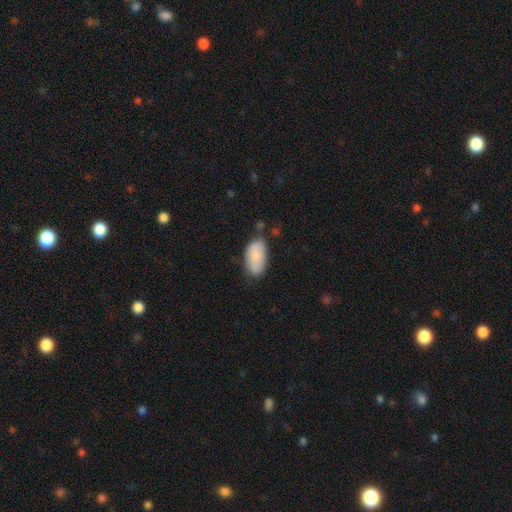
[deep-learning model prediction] smooth-or-featured: smooth: 79% | featured or disk: 14% | star or artifact: 6%
  how-rounded: in between: 95% | round: 3% | cigar-shaped: 2%
  merging: none: 63% | minor disturbance: 27% | major disturbance: 6% | merger: 5%